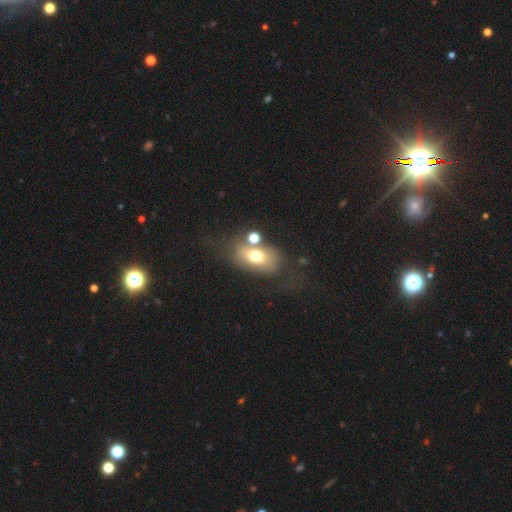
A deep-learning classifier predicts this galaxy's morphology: Smooth or featured?
  - smooth: 65% *
  - featured or disk: 24%
  - star or artifact: 11%
How rounded?
  - in between: 78% *
  - round: 19%
  - cigar-shaped: 2%
Merging?
  - none: 46% *
  - merger: 20%
  - minor disturbance: 18%
  - major disturbance: 15%